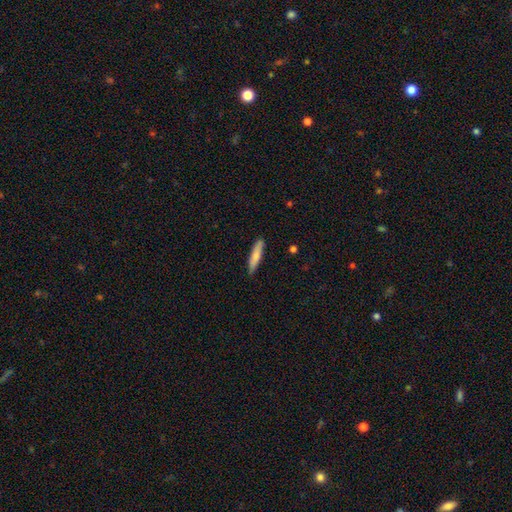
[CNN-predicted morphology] smooth-or-featured: smooth: 75% | featured or disk: 19% | star or artifact: 6%
  how-rounded: cigar-shaped: 86% | in between: 13% | round: 1%
  merging: none: 86% | minor disturbance: 11% | major disturbance: 2% | merger: 1%